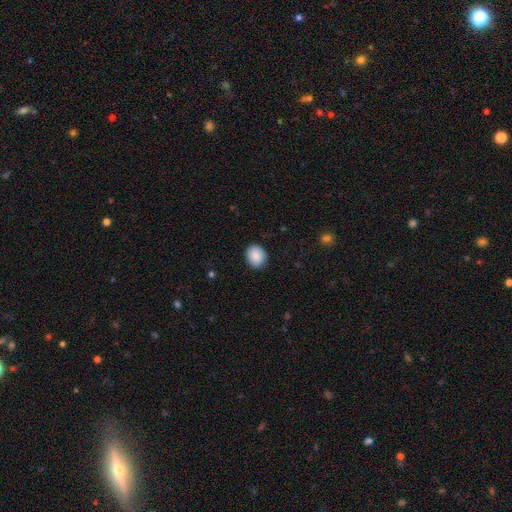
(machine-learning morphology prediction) Smooth or featured?
  - smooth: 88% *
  - star or artifact: 7%
  - featured or disk: 5%
How rounded?
  - round: 74% *
  - in between: 25%
  - cigar-shaped: 1%
Merging?
  - none: 89% *
  - minor disturbance: 8%
  - major disturbance: 2%
  - merger: 1%